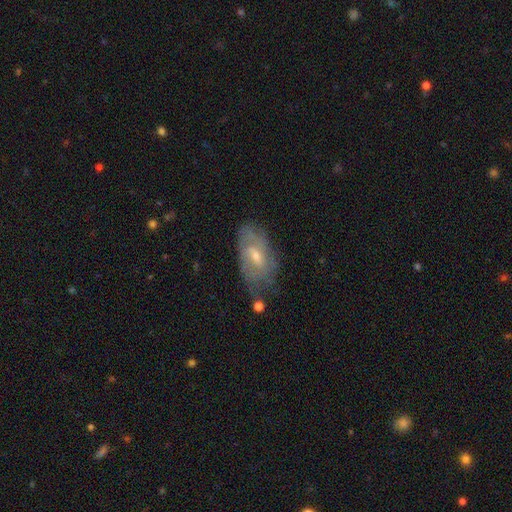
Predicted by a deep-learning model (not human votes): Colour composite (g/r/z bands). It shows a featured or disk galaxy (66%) with a weak bar (55%), spiral arms (79%) and a small central bulge (47%, tied with moderate). Merging: none (61%).